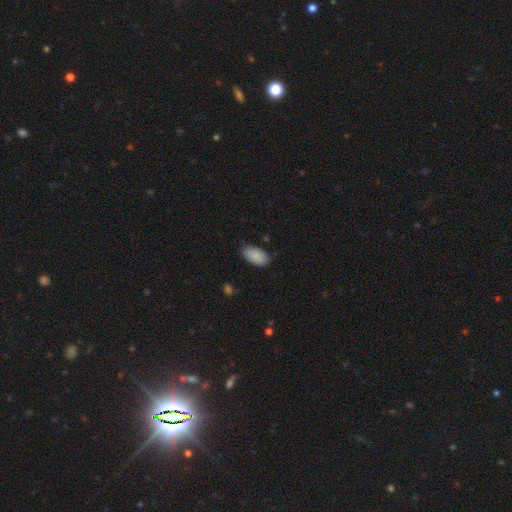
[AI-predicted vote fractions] Smooth or featured: smooth — 89% (star or artifact — 6%)
How rounded: in between — 95% (cigar-shaped — 3%)
Merging: none — 80% (minor disturbance — 16%)